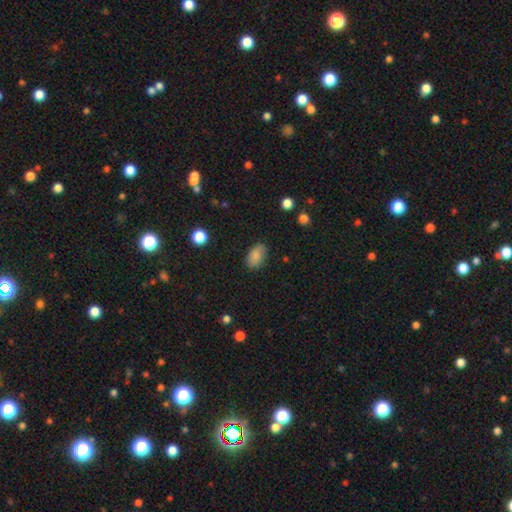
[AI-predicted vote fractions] A smooth galaxy with no disk features (85%) that is in between round and cigar-shaped (90%). Merging: none (80%).